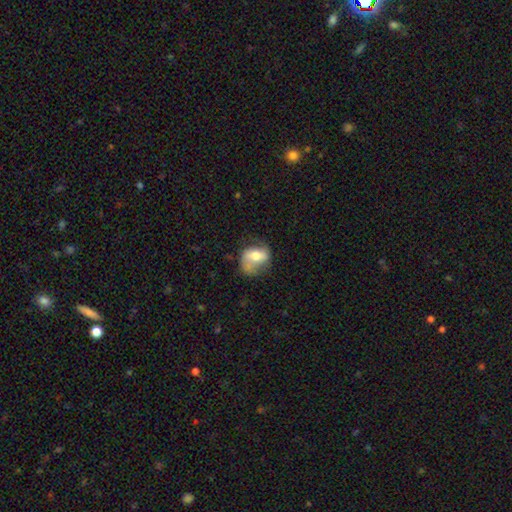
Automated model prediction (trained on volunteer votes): A smooth galaxy with no disk features (54%) that is in between round and cigar-shaped (73%). Merging: none (44%).